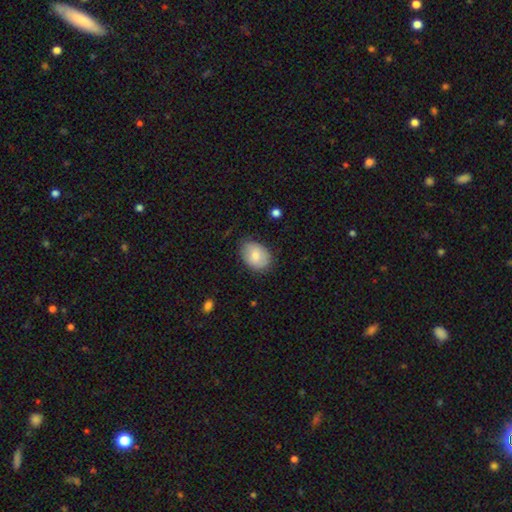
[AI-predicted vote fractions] smooth-or-featured: smooth: 78% | featured or disk: 15% | star or artifact: 7%
  how-rounded: in between: 74% | round: 25% | cigar-shaped: 1%
  merging: none: 77% | minor disturbance: 19% | major disturbance: 4% | merger: 1%